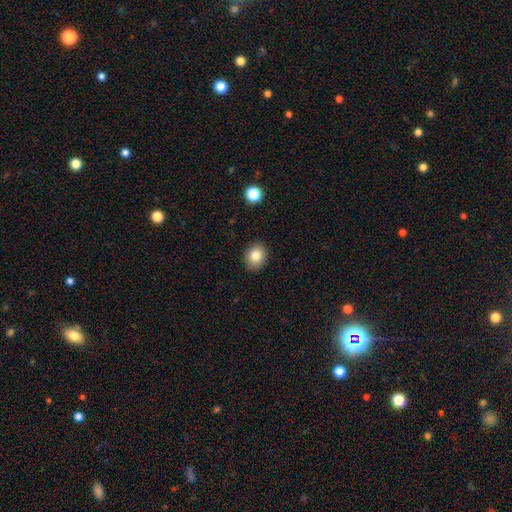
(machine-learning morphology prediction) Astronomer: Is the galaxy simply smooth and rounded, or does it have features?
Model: smooth — 82%.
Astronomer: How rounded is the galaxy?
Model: round — 59% (runner-up: in between, 41%).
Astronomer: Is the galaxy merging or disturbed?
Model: none — 90%.